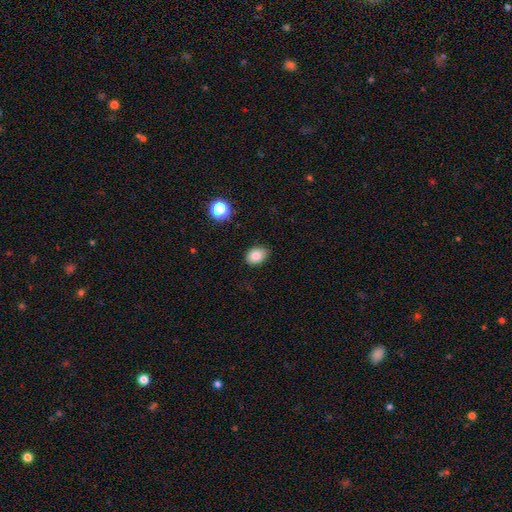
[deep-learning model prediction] This is clearly a smooth galaxy (83%). How rounded: likely in between (69%). Merging: clearly none (84%).